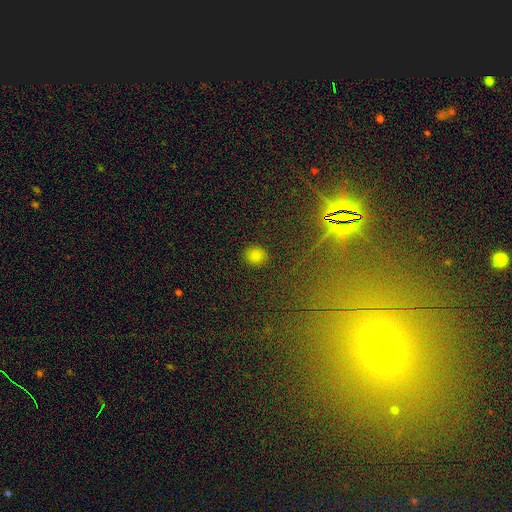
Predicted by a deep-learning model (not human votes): Smooth or featured? smooth (79%)
How rounded? round (83%)
Merging? none (90%)